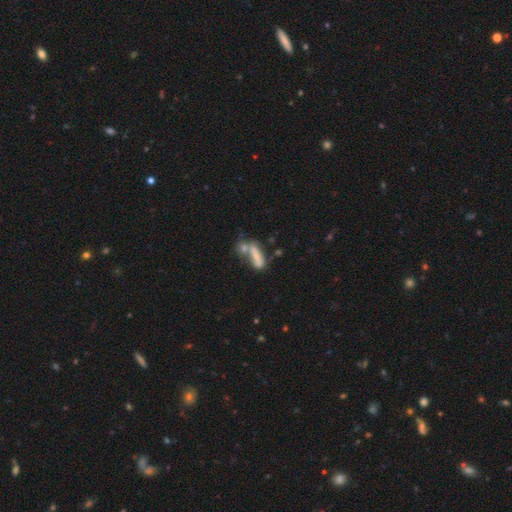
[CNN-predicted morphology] A smooth galaxy with no disk features (59%) that is in between round and cigar-shaped (50%).

Vote fractions:
- Smooth or featured? smooth: 59% / featured or disk: 30% / star or artifact: 11%
- How rounded? in between: 50% / cigar-shaped: 45% / round: 5%
- Merging? merger: 49% / none: 29% / minor disturbance: 13% / major disturbance: 10%